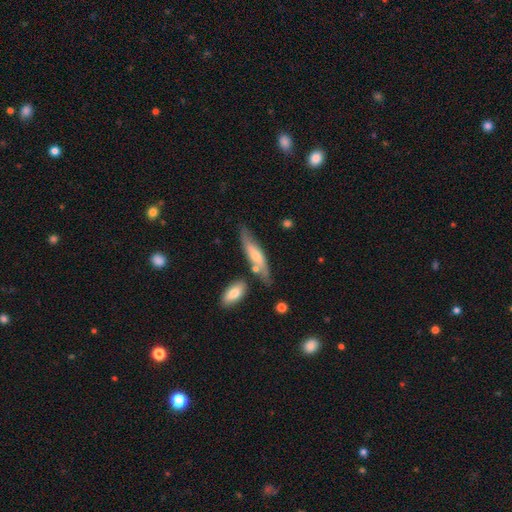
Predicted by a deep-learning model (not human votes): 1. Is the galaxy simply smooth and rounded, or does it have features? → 53% smooth, 41% featured or disk, 6% star or artifact.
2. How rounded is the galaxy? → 70% cigar-shaped, 28% in between, 2% round.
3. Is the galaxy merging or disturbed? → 64% none, 20% minor disturbance, 12% merger, 5% major disturbance.